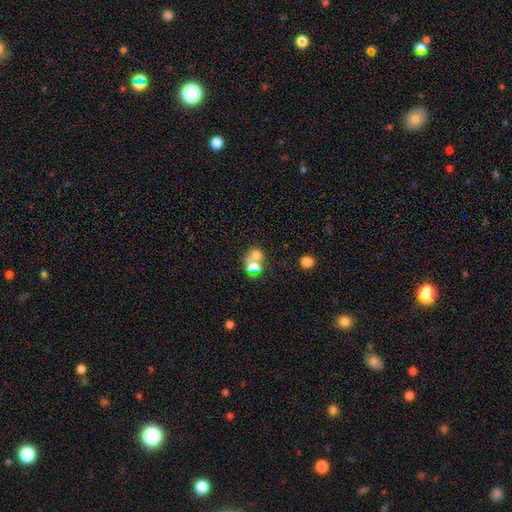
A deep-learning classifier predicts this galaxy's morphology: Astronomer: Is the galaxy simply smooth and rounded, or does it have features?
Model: smooth — 59%.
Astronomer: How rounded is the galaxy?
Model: round — 65%.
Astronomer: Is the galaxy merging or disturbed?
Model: merger — 55% (runner-up: none, 33%).